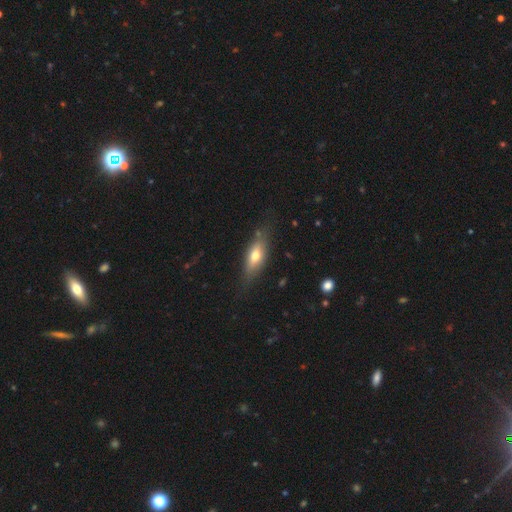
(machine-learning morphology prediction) A smooth galaxy with no disk features (56%) that is in between round and cigar-shaped (65%). Merging: none (76%).